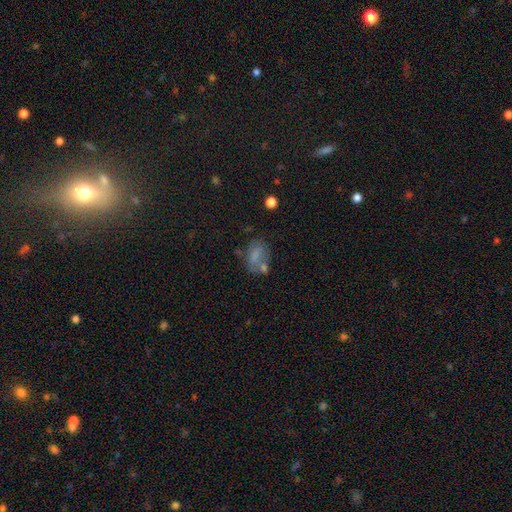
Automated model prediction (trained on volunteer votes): Q: Smooth or featured?
A: smooth (69%); runner-up: featured or disk (19%)
Q: How rounded?
A: in between (81%); runner-up: round (17%)
Q: Merging?
A: none (47%); runner-up: merger (23%)